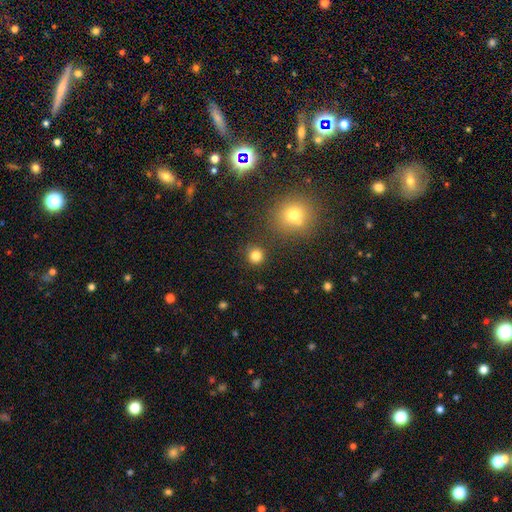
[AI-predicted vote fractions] smooth_or_featured: smooth (p=0.82) [alt: star or artifact p=0.13]
how_rounded: round (p=0.93) [alt: in between p=0.06]
merging: none (p=0.88) [alt: minor disturbance p=0.06]